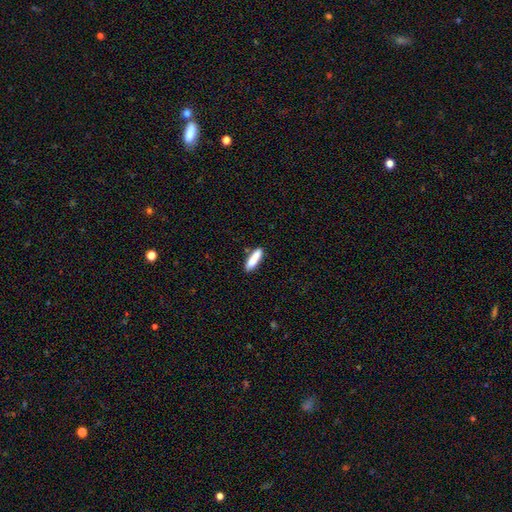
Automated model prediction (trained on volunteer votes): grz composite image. It shows a smooth galaxy with no disk features (82%) that is cigar-shaped (74%). Merging: none (75%).